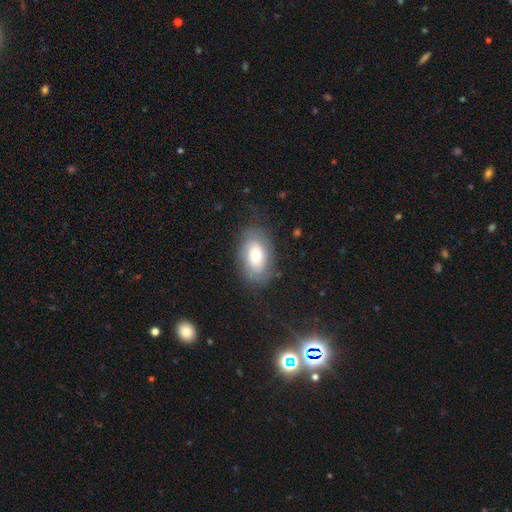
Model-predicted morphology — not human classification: smooth 51%, featured or disk 41%, star or artifact 8%. Down the decision tree: how rounded — in between (90%); merging — none (68%).